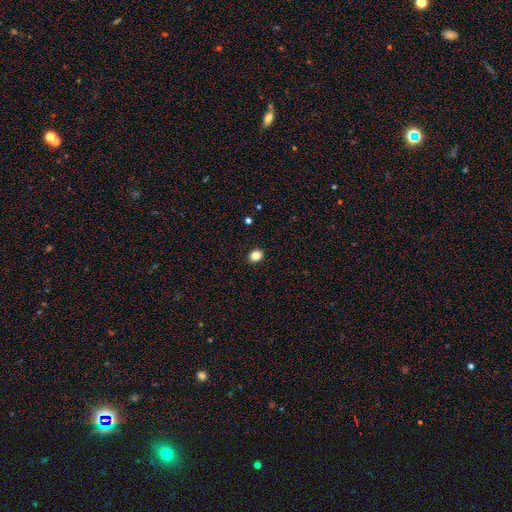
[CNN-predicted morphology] Smooth or featured? Predicted: smooth (p=0.85). How rounded? Predicted: round (p=0.61). Merging? Predicted: none (p=0.91).